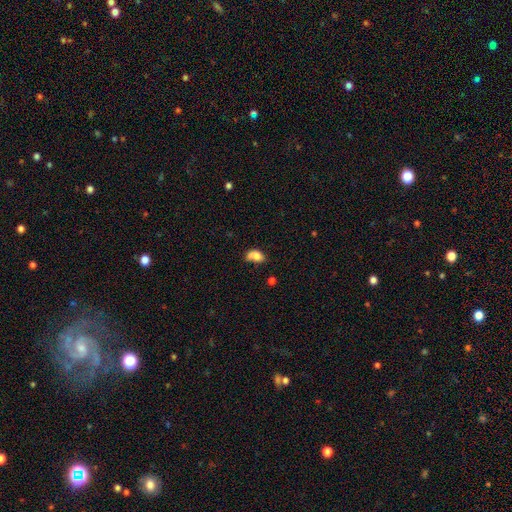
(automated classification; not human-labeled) Q: Smooth or featured?
A: smooth (70%); runner-up: featured or disk (21%)
Q: How rounded?
A: in between (81%); runner-up: round (16%)
Q: Merging?
A: none (34%); runner-up: minor disturbance (27%)